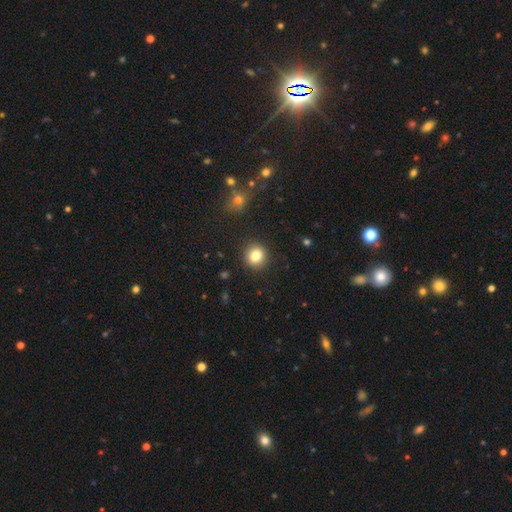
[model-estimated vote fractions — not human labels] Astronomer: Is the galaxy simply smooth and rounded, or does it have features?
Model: smooth — 82%.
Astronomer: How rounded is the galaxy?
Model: round — 88%.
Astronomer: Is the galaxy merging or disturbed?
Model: none — 91%.